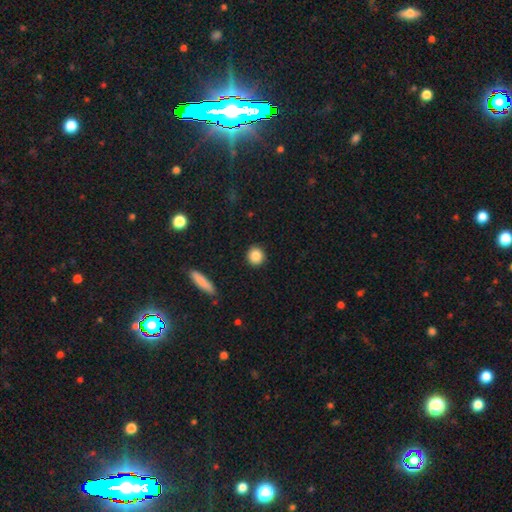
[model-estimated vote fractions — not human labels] smooth-or-featured: smooth: 86% | star or artifact: 9% | featured or disk: 6%
  how-rounded: round: 87% | in between: 12% | cigar-shaped: 2%
  merging: none: 92% | minor disturbance: 5% | major disturbance: 2% | merger: 1%